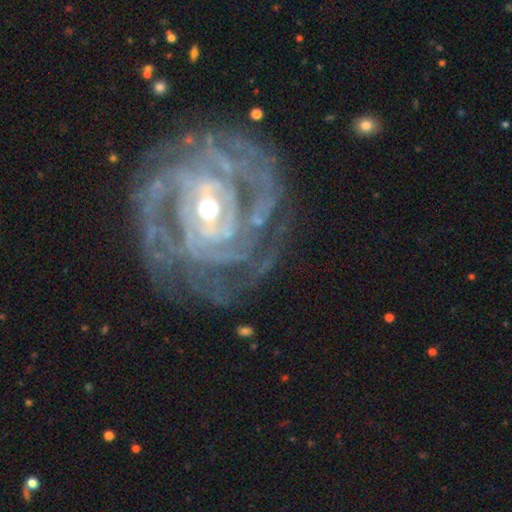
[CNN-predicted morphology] This appears to be a featured or disk galaxy (92%) with a strong bar (42%), 4 (22%) tight (78%) spiral arms (98%) and a moderate central bulge (53%). Merging: none (78%).